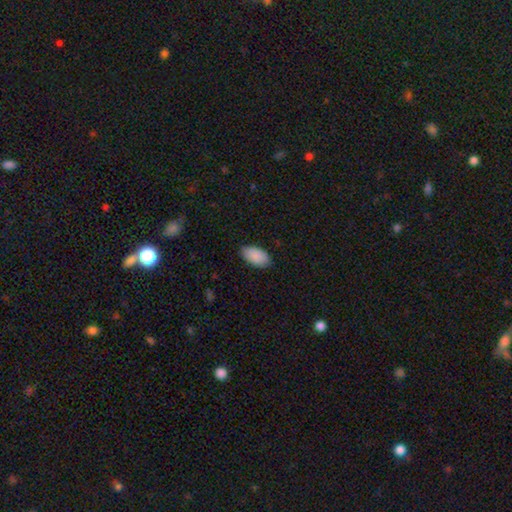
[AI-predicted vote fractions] Overall: smooth (90%). How rounded: in between (96%). Merging: none (86%).